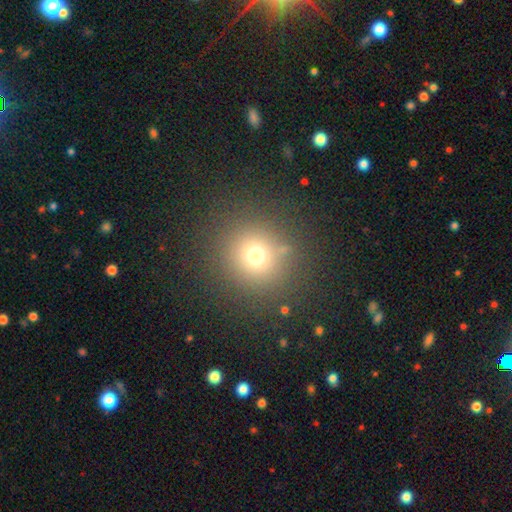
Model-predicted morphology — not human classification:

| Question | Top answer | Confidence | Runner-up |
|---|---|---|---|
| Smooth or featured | smooth | 69% | star or artifact (21%) |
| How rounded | round | 92% | in between (7%) |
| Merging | none | 85% | minor disturbance (8%) |